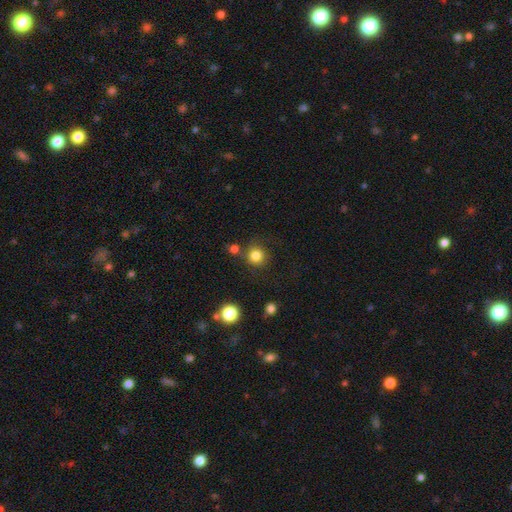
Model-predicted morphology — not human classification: This appears to be a smooth galaxy with no disk features (82%) that is round (92%). Merging: none (79%).